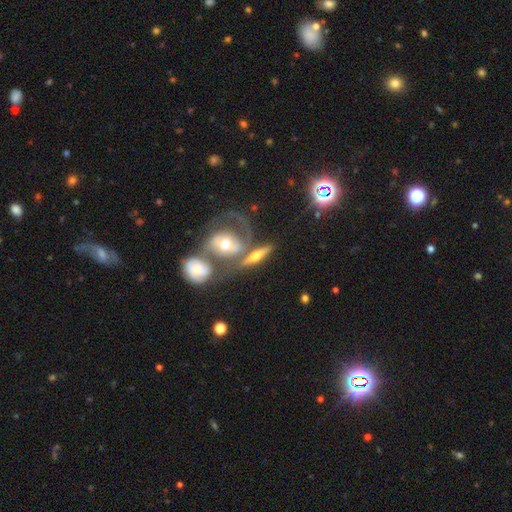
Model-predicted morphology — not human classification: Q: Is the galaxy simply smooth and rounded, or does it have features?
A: featured or disk — 63%.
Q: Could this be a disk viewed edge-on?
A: yes — 53%.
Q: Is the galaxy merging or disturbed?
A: merger — 39%.